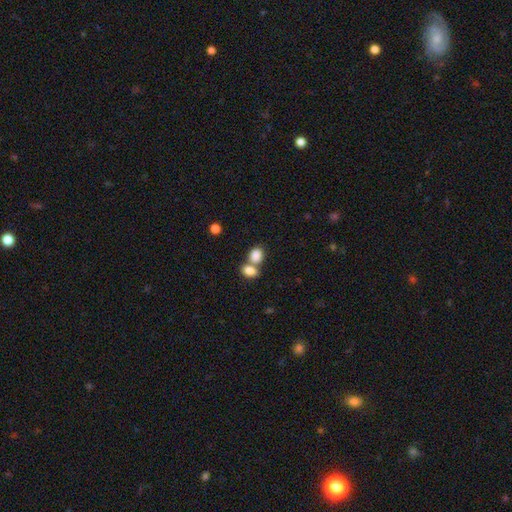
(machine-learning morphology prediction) smooth-or-featured: smooth: 84% | star or artifact: 8% | featured or disk: 7%
  how-rounded: in between: 65% | round: 34% | cigar-shaped: 1%
  merging: merger: 56% | none: 33% | minor disturbance: 8% | major disturbance: 3%